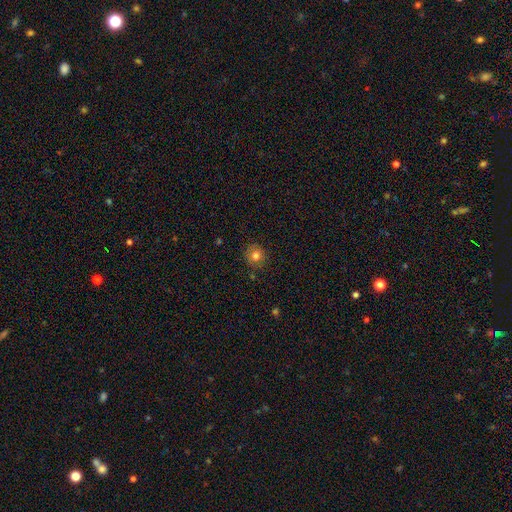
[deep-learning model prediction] Morphology: type=smooth (79%); roundness=round (90%); merging=none (87%).